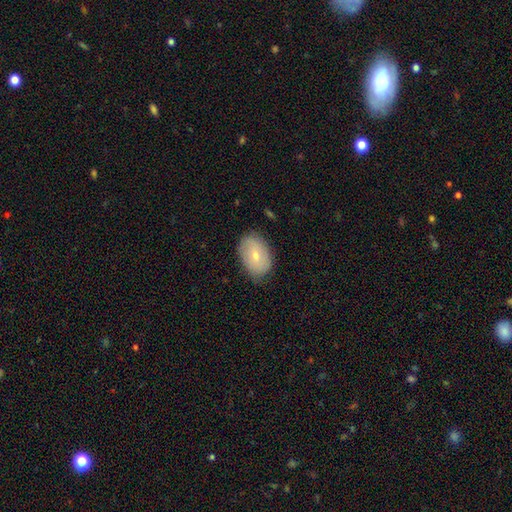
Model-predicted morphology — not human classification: The model was most divided on "smooth or featured": smooth: 66%, featured or disk: 27%, star or artifact: 7%. More confident: how rounded — in between (84%); merging — none (77%).